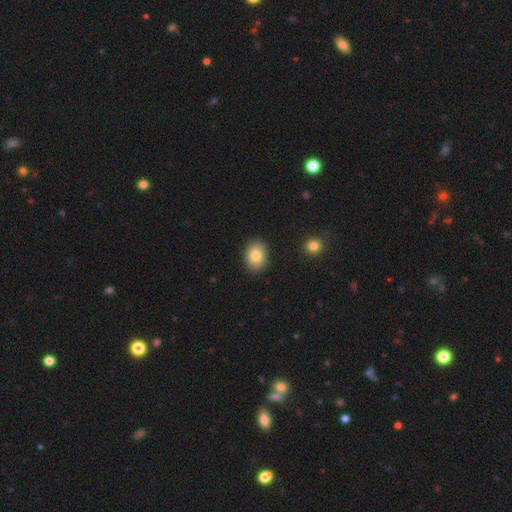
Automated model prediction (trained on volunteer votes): A smooth galaxy with no disk features (83%) that is in between round and cigar-shaped (60%). Merging: none (89%).